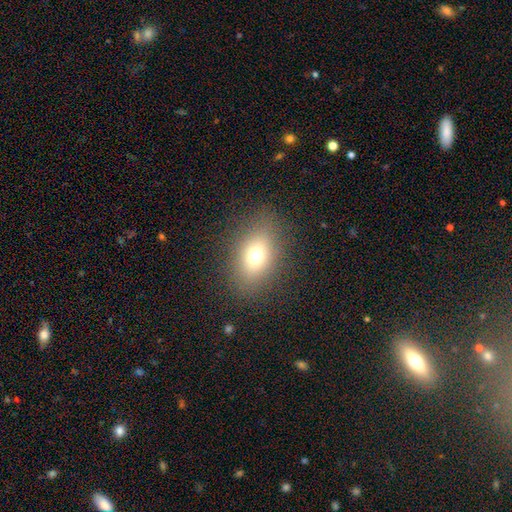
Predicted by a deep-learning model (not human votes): Morphology: type=smooth (71%); roundness=in between (73%); merging=none (84%).